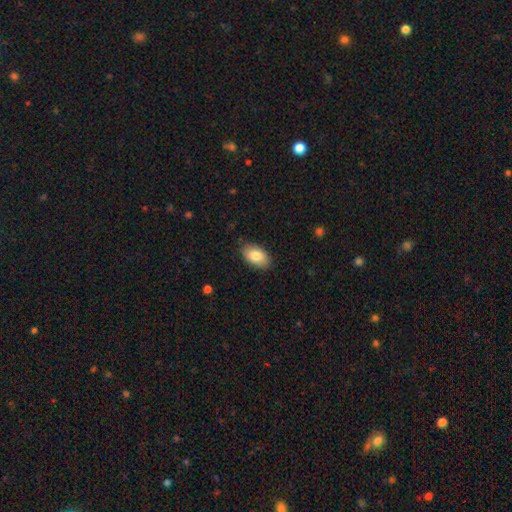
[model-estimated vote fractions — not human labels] Overall: smooth (84%). How rounded: in between (94%). Merging: none (84%).